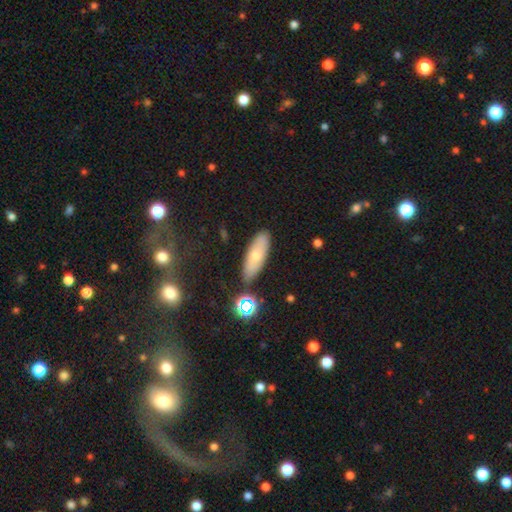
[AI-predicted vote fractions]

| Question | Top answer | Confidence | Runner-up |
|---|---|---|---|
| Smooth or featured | smooth | 67% | featured or disk (24%) |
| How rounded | in between | 65% | cigar-shaped (32%) |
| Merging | none | 84% | minor disturbance (11%) |